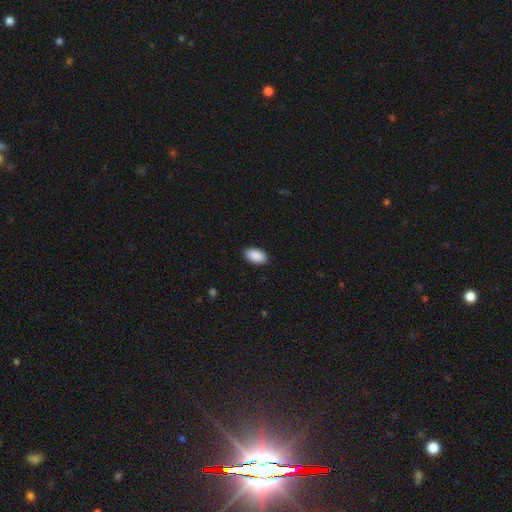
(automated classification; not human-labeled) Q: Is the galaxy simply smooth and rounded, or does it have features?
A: smooth — 91%.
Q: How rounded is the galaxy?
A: in between — 95%.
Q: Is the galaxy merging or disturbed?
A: none — 89%.